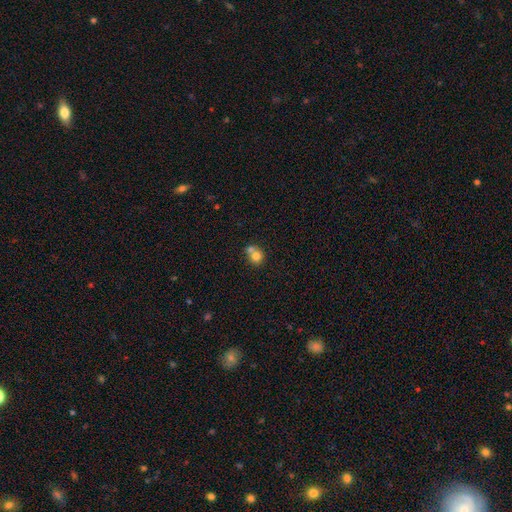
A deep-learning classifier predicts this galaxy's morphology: Smooth or featured?
  - smooth: 76% *
  - featured or disk: 13%
  - star or artifact: 11%
How rounded?
  - round: 83% *
  - in between: 16%
  - cigar-shaped: 1%
Merging?
  - merger: 52% *
  - none: 39%
  - minor disturbance: 7%
  - major disturbance: 3%